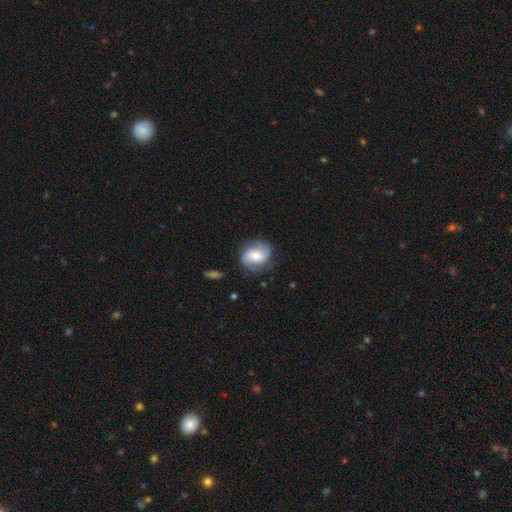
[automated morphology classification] This is possibly a featured or disk galaxy (59%). It is clearly not viewed edge-on (97%). Bar: likely no (60%). Spiral arm pattern: clearly yes (87%). Central bulge: possibly moderate (59%). Merging: likely none (73%).